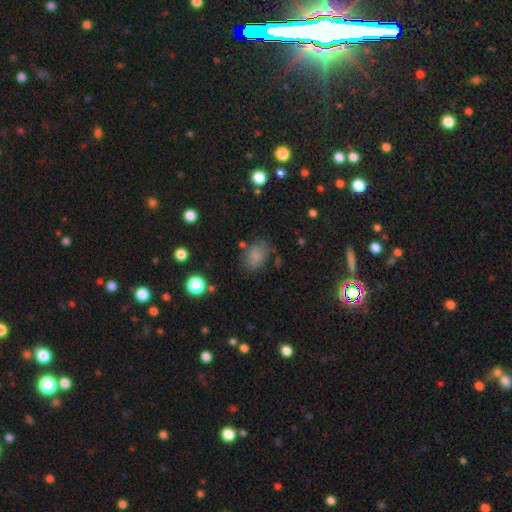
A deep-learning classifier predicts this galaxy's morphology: A smooth galaxy with no disk features (77%) that is in between round and cigar-shaped (69%). Merging: none (64%).